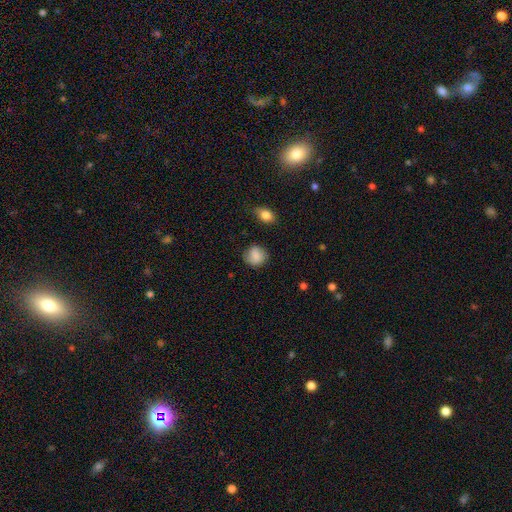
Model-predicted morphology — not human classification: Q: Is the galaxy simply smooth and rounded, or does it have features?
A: smooth — 82%.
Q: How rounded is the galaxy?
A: round — 76%.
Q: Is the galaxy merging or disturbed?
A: none — 73%.